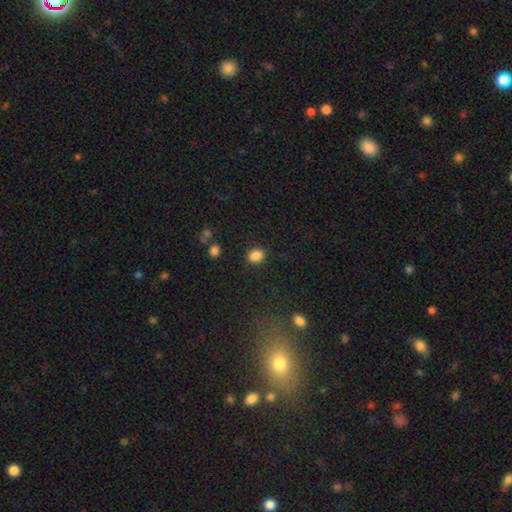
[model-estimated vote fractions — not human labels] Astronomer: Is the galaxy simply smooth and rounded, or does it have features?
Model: smooth — 85%.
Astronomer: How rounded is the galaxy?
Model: round — 57% (runner-up: in between, 42%).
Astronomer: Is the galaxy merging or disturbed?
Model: none — 85%.